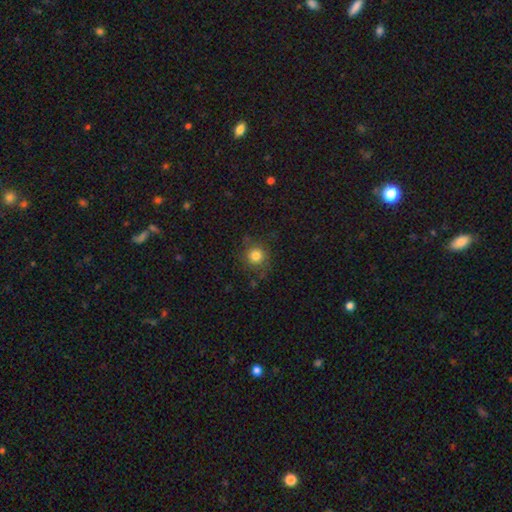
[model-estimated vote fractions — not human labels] Overall: smooth (81%). How rounded: round (92%). Merging: none (80%).